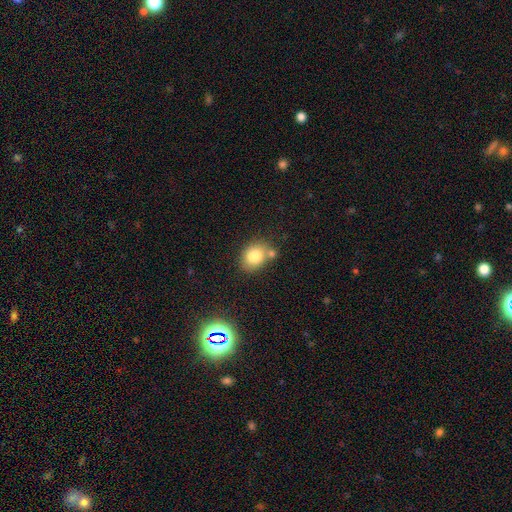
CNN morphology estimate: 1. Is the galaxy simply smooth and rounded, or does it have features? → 80% smooth, 10% featured or disk, 10% star or artifact.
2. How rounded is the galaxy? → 58% in between, 41% round, 1% cigar-shaped.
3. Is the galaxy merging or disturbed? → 59% none, 20% merger, 16% minor disturbance, 5% major disturbance.